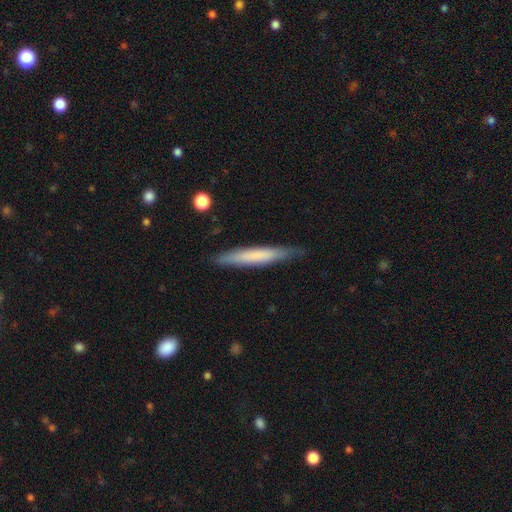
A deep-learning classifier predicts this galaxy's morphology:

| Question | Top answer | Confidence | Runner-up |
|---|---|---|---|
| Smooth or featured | smooth | 64% | featured or disk (30%) |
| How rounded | cigar-shaped | 94% | in between (4%) |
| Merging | none | 85% | minor disturbance (11%) |